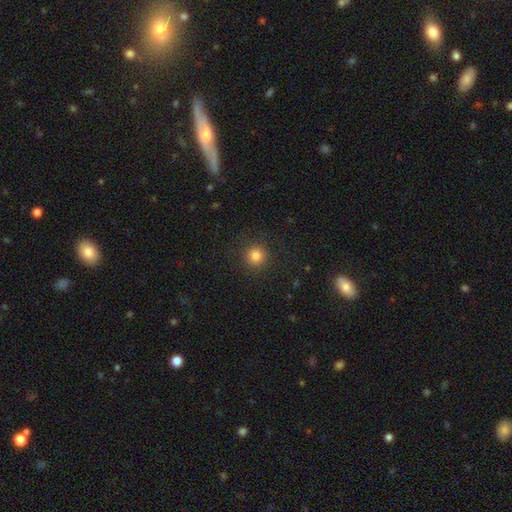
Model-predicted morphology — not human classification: smooth-or-featured: smooth: 83% | star or artifact: 12% | featured or disk: 5%
  how-rounded: round: 94% | in between: 5% | cigar-shaped: 1%
  merging: none: 90% | minor disturbance: 6% | major disturbance: 3% | merger: 1%